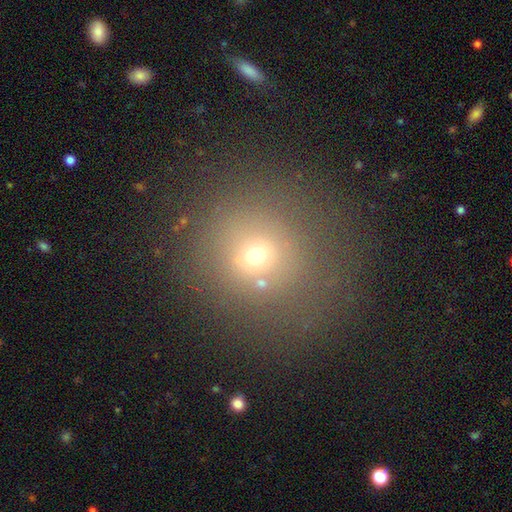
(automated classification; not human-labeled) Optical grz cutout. It shows a smooth galaxy with no disk features (63%) that is round (88%). Merging: none (76%).